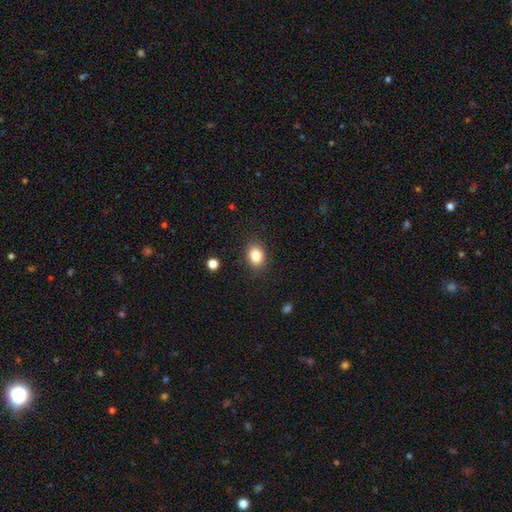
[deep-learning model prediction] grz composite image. It shows a smooth galaxy with no disk features (84%) that is in between round and cigar-shaped (60%). Merging: none (87%).